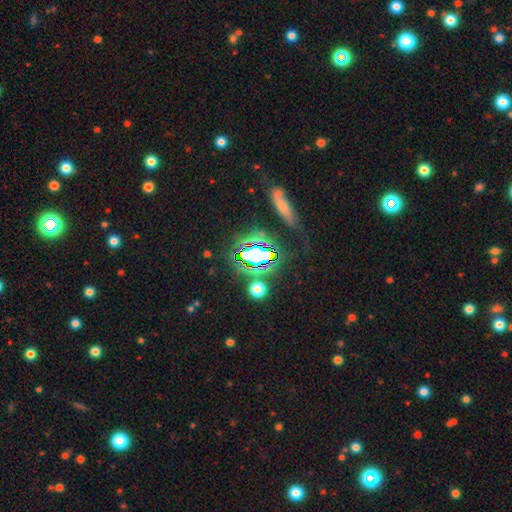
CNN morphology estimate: Smooth or featured: star or artifact — 63% (smooth — 23%)